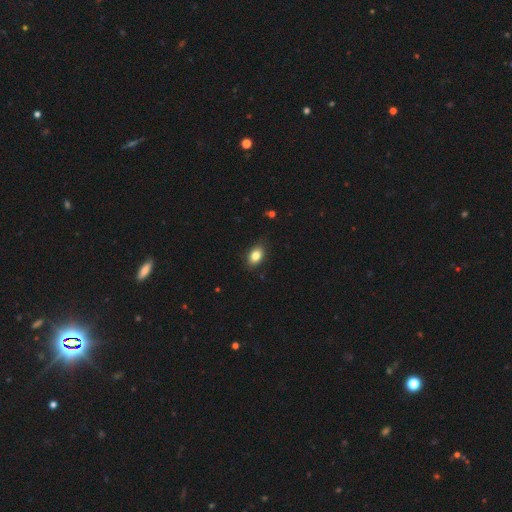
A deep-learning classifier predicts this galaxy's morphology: This appears to be a smooth galaxy with no disk features (84%) that is in between round and cigar-shaped (85%). Merging: none (86%).